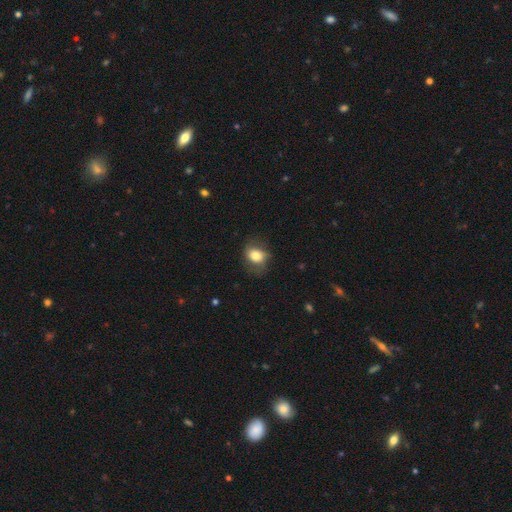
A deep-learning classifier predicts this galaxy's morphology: type=smooth (75%); roundness=in between (60%); merging=none (64%).